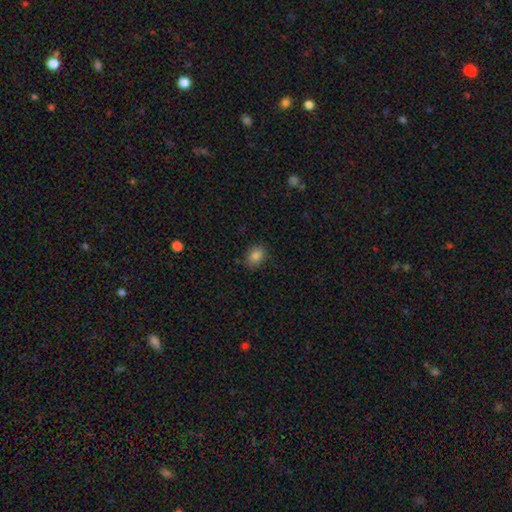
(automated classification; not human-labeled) smooth-or-featured: smooth: 84% | star or artifact: 11% | featured or disk: 5%
  how-rounded: in between: 60% | round: 39% | cigar-shaped: 1%
  merging: none: 85% | minor disturbance: 11% | major disturbance: 3% | merger: 1%